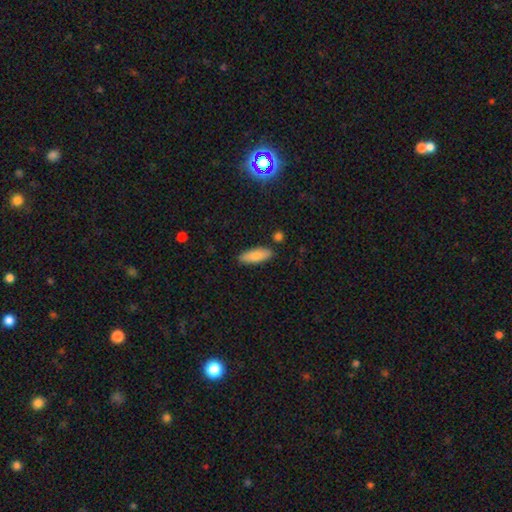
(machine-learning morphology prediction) A smooth galaxy with no disk features (84%) that is in between round and cigar-shaped (67%). Merging: none (85%).